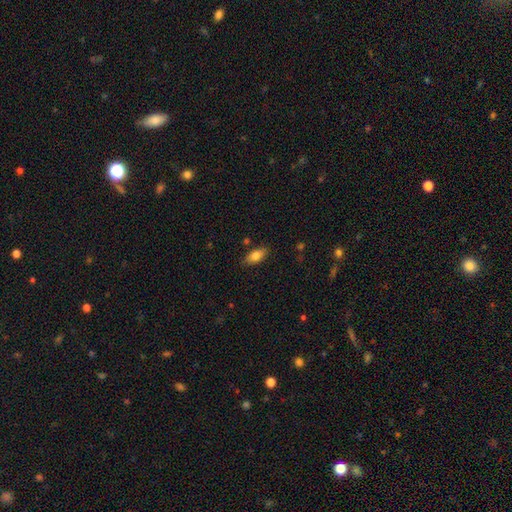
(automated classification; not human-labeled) Q: Smooth or featured?
A: smooth (79%); runner-up: featured or disk (13%)
Q: How rounded?
A: in between (86%); runner-up: cigar-shaped (10%)
Q: Merging?
A: none (83%); runner-up: minor disturbance (12%)